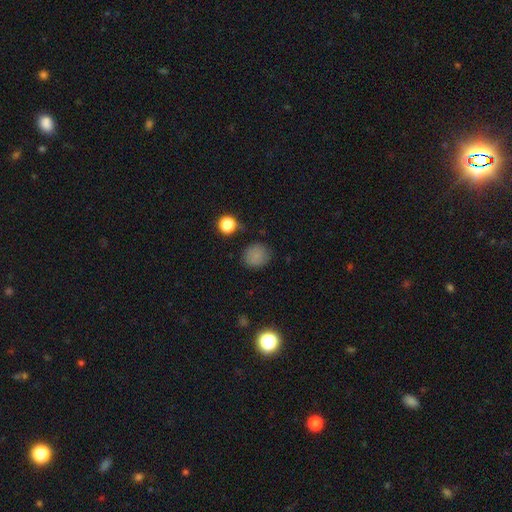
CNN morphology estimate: smooth_or_featured: smooth (p=0.79) [alt: star or artifact p=0.14]
how_rounded: round (p=0.83) [alt: in between p=0.16]
merging: none (p=0.77) [alt: minor disturbance p=0.16]